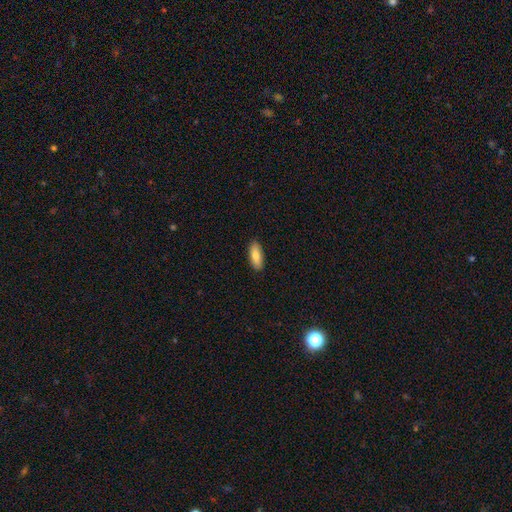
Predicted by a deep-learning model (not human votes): smooth_or_featured: smooth (p=0.82) [alt: featured or disk p=0.12]
how_rounded: in between (p=0.78) [alt: cigar-shaped p=0.20]
merging: none (p=0.90) [alt: minor disturbance p=0.08]